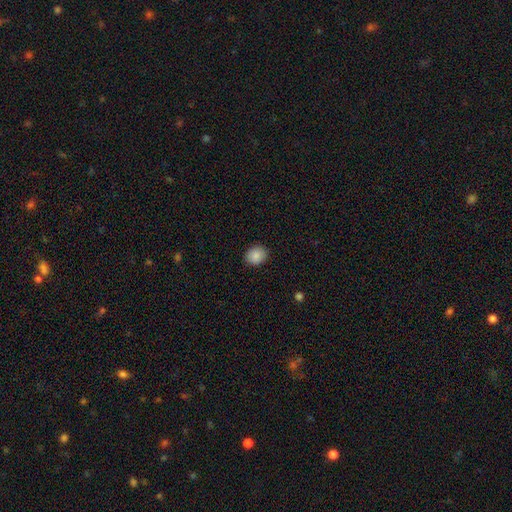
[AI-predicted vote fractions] Smooth or featured? Predicted: smooth (p=0.88). How rounded? Predicted: round (p=0.57). Merging? Predicted: none (p=0.89).